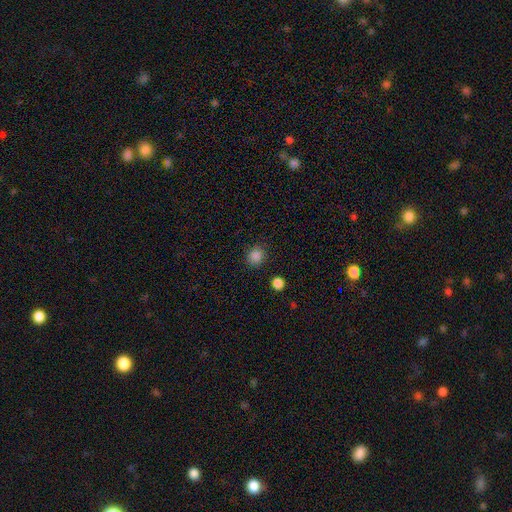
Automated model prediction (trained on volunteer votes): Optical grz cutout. It shows a smooth galaxy with no disk features (85%) that is round (83%). Merging: none (86%).